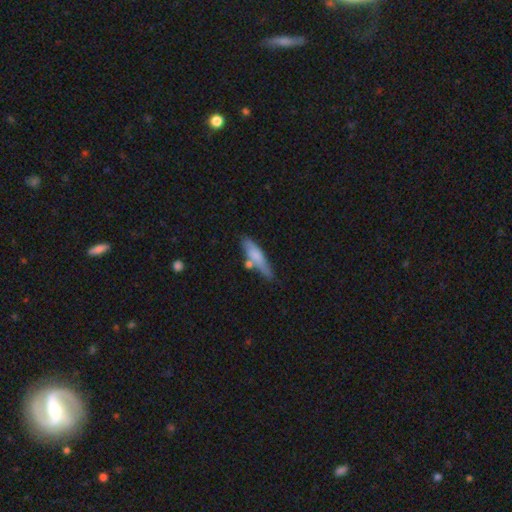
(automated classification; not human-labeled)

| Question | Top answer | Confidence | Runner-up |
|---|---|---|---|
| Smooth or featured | smooth | 68% | featured or disk (25%) |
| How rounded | cigar-shaped | 76% | in between (22%) |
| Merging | none | 65% | minor disturbance (19%) |